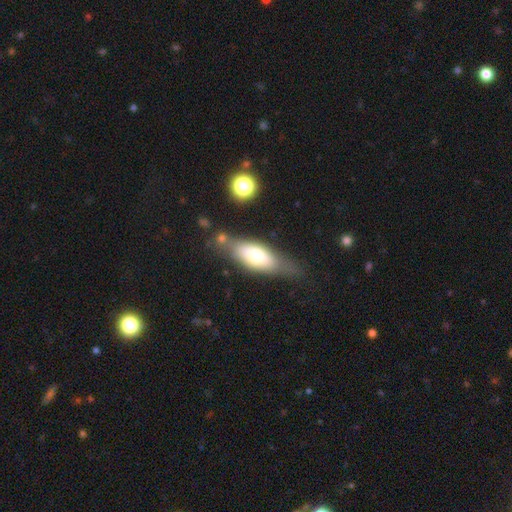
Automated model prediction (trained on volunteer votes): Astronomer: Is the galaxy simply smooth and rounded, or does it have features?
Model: smooth — 60%.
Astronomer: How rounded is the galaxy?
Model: in between — 68%.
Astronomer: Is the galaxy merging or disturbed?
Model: none — 59%.